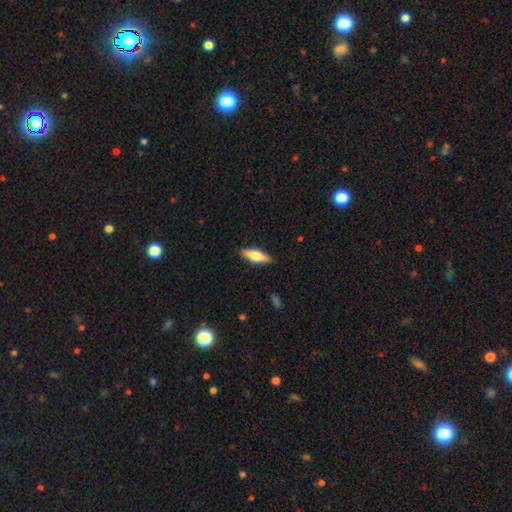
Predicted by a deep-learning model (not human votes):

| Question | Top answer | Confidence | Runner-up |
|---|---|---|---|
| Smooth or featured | smooth | 63% | featured or disk (30%) |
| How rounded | in between | 64% | cigar-shaped (34%) |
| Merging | none | 87% | minor disturbance (10%) |